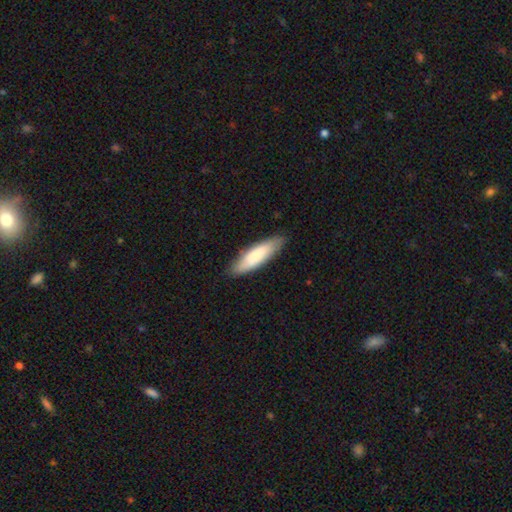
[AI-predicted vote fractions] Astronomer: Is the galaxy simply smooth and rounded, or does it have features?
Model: smooth — 80%.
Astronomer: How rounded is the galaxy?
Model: cigar-shaped — 63%.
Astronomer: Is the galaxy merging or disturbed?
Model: none — 85%.